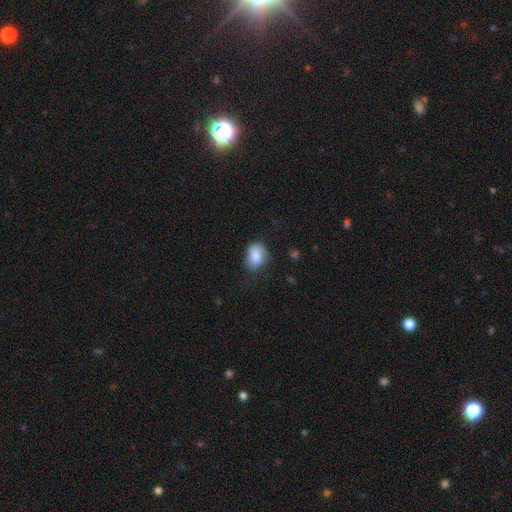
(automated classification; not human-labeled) Smooth or featured?
  - smooth: 83% *
  - featured or disk: 10%
  - star or artifact: 7%
How rounded?
  - in between: 78% *
  - round: 21%
  - cigar-shaped: 1%
Merging?
  - none: 60% *
  - minor disturbance: 29%
  - major disturbance: 10%
  - merger: 2%